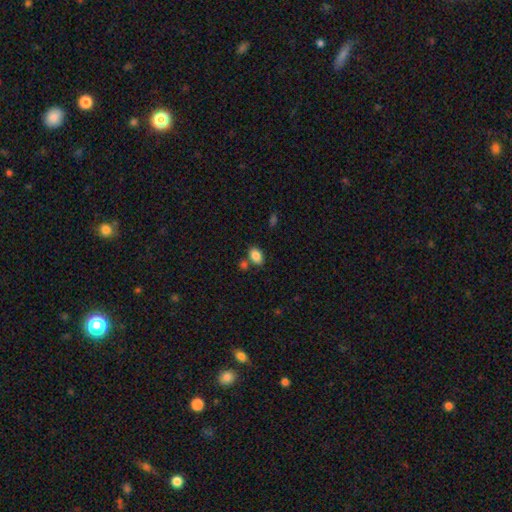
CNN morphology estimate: The model was most divided on "merging": none: 68%, merger: 16%, minor disturbance: 12%, major disturbance: 3%. More confident: how rounded — in between (87%); smooth or featured — smooth (86%).